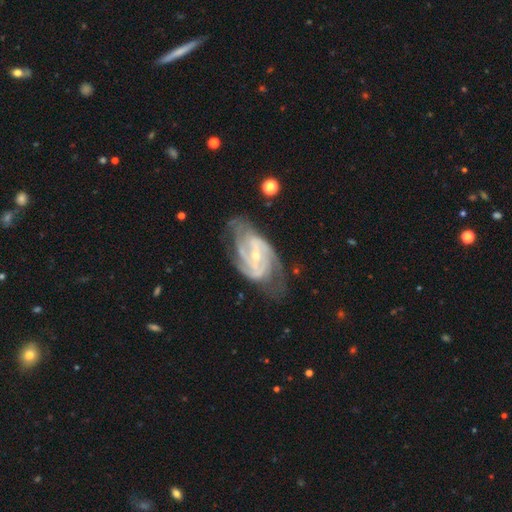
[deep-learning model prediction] This is clearly a featured or disk galaxy (90%). It is clearly not viewed edge-on (96%). Bar: marginally weak (43%). Spiral arm pattern: clearly yes (97%). Spiral arm count: marginally 2 (43%). Spiral winding: possibly medium (46%). Central bulge: likely small (67%). Merging: likely none (64%).